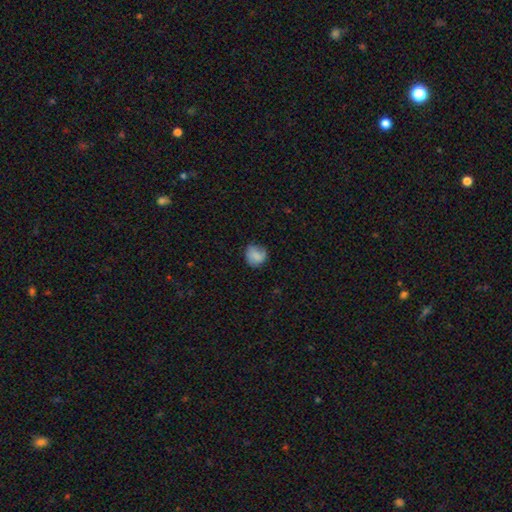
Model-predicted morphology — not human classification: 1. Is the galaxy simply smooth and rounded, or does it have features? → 77% smooth, 14% featured or disk, 8% star or artifact.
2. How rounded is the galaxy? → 79% round, 20% in between, 1% cigar-shaped.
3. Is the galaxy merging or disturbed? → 65% none, 26% minor disturbance, 7% major disturbance, 2% merger.